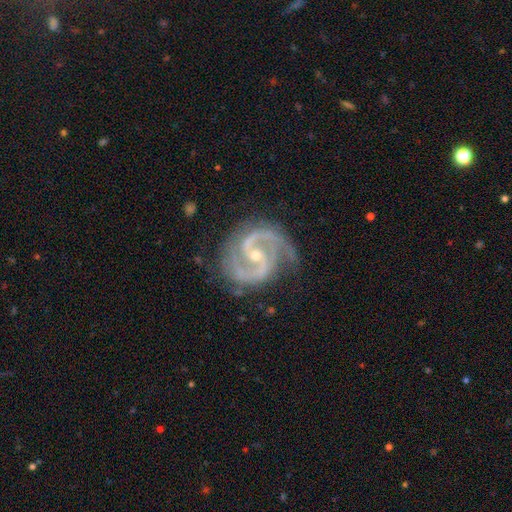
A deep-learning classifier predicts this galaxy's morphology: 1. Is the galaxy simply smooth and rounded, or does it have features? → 93% featured or disk, 4% star or artifact, 2% smooth.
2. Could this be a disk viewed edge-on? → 98% no, 2% yes.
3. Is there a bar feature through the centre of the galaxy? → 40% weak, 36% no, 23% strong.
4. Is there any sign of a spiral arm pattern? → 99% yes, 1% no.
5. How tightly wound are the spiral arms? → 60% medium, 31% tight, 9% loose.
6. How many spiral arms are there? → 88% 2, 5% 3, 2% can't tell, 1% 4, 1% 1, 1% more than 4.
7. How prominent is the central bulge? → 62% small, 36% moderate, 1% none, 1% large, 1% dominant.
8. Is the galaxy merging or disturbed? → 74% none, 18% minor disturbance, 6% major disturbance, 1% merger.